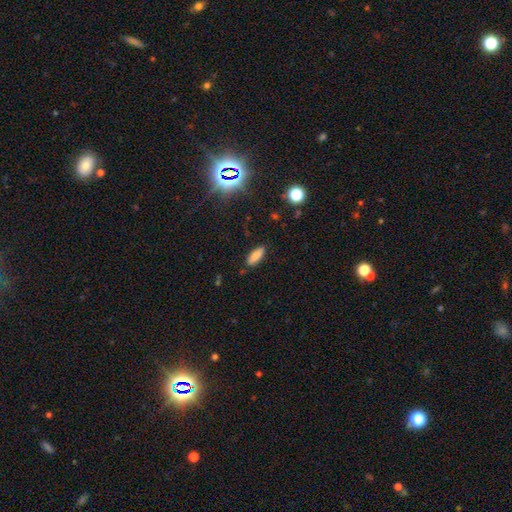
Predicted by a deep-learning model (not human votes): The model was most divided on "how rounded": in between: 67%, cigar-shaped: 30%, round: 2%. More confident: merging — none (86%); smooth or featured — smooth (81%).